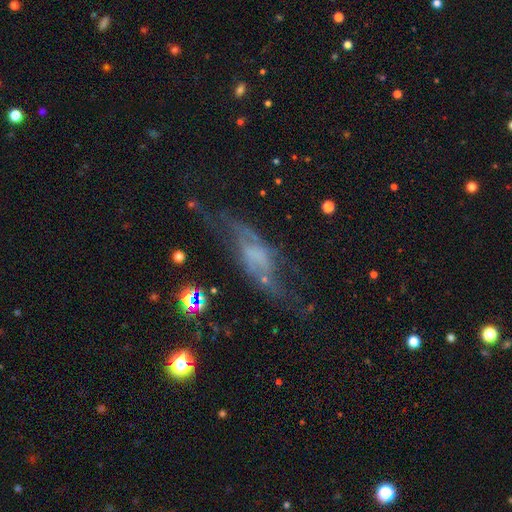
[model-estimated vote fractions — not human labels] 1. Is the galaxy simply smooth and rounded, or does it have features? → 68% featured or disk, 19% smooth, 14% star or artifact.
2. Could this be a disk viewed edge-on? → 65% no, 35% yes.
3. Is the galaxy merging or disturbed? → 46% none, 26% major disturbance, 23% minor disturbance, 4% merger.